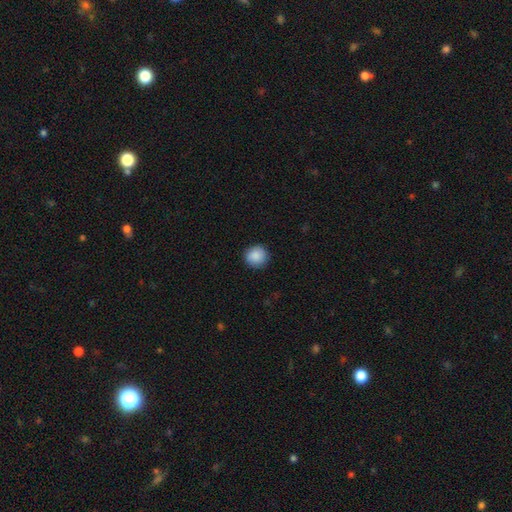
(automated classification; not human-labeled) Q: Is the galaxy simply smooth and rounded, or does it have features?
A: smooth — 89%.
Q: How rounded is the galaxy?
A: round — 92%.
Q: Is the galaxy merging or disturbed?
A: none — 90%.